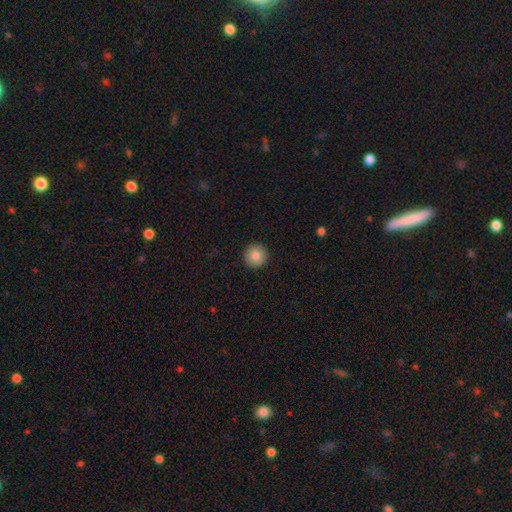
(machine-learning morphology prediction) The model was most divided on "smooth or featured": smooth: 85%, star or artifact: 9%, featured or disk: 6%. More confident: how rounded — round (96%); merging — none (93%).